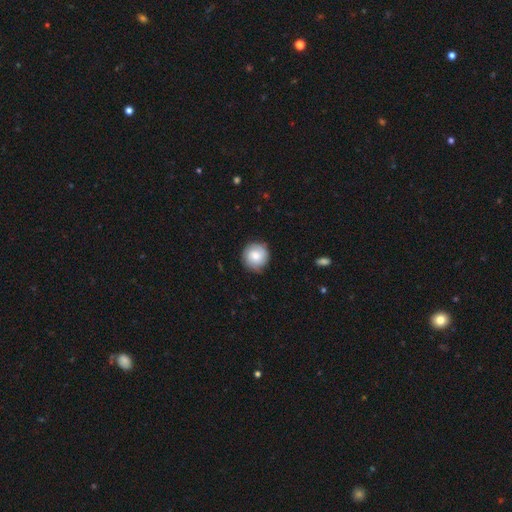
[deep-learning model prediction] Smooth or featured? Predicted: smooth (p=0.74). How rounded? Predicted: round (p=0.94). Merging? Predicted: none (p=0.84).